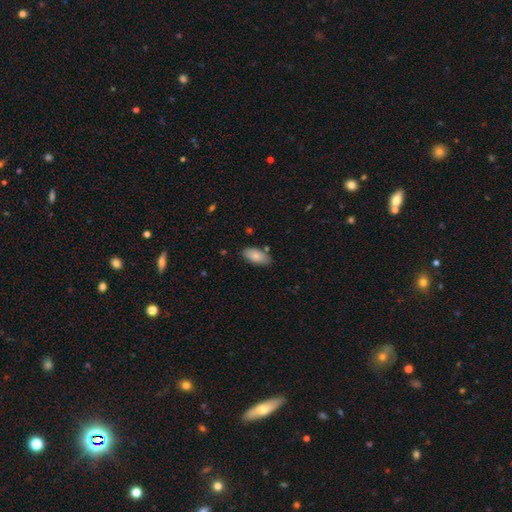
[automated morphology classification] smooth 81%, featured or disk 12%, star or artifact 7%. Down the decision tree: how rounded — in between (92%); merging — none (80%).